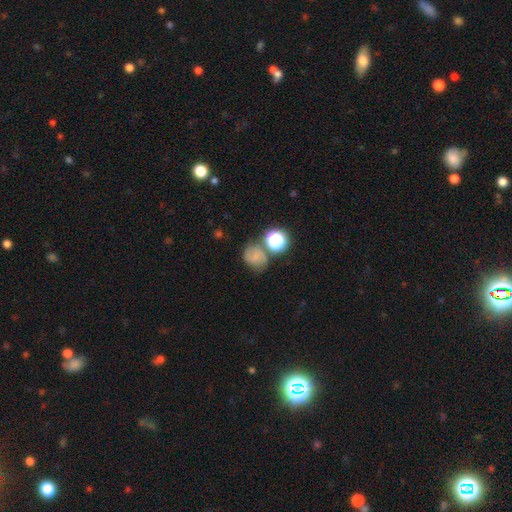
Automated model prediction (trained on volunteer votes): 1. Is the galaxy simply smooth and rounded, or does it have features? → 55% smooth, 26% featured or disk, 19% star or artifact.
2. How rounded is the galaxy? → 67% round, 32% in between, 1% cigar-shaped.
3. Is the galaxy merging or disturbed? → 53% none, 21% minor disturbance, 17% merger, 9% major disturbance.